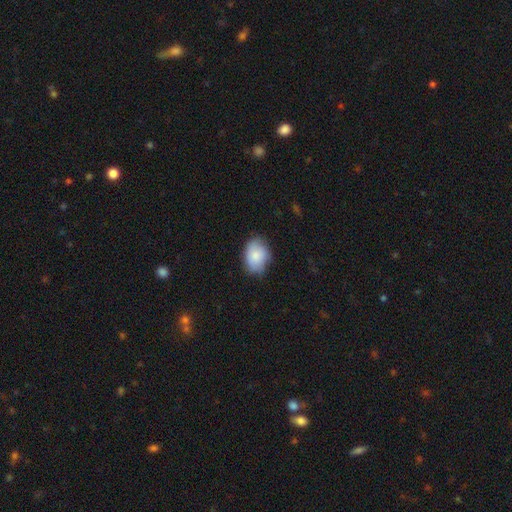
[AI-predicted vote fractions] smooth_or_featured: smooth (p=0.84) [alt: featured or disk p=0.10]
how_rounded: in between (p=0.75) [alt: round p=0.24]
merging: none (p=0.71) [alt: minor disturbance p=0.23]